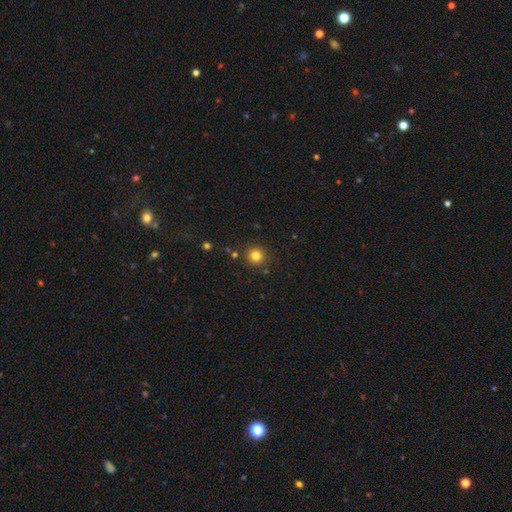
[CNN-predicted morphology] A smooth galaxy with no disk features (81%) that is round (94%).

Vote fractions:
- Smooth or featured? smooth: 81% / star or artifact: 13% / featured or disk: 6%
- How rounded? round: 94% / in between: 5% / cigar-shaped: 1%
- Merging? none: 89% / minor disturbance: 6% / merger: 3% / major disturbance: 2%